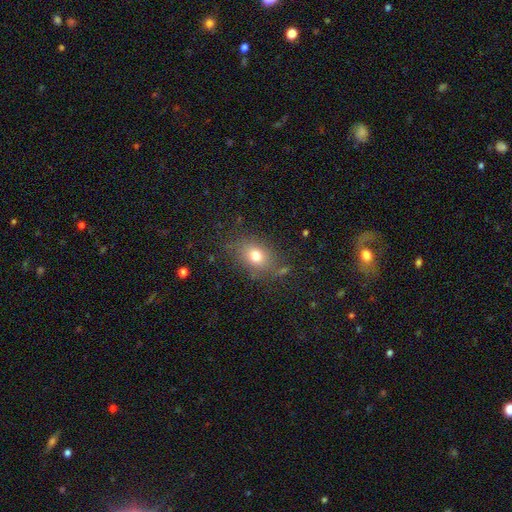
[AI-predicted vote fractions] Overall: smooth (75%). How rounded: in between (62%; round 37%). Merging: none (77%).